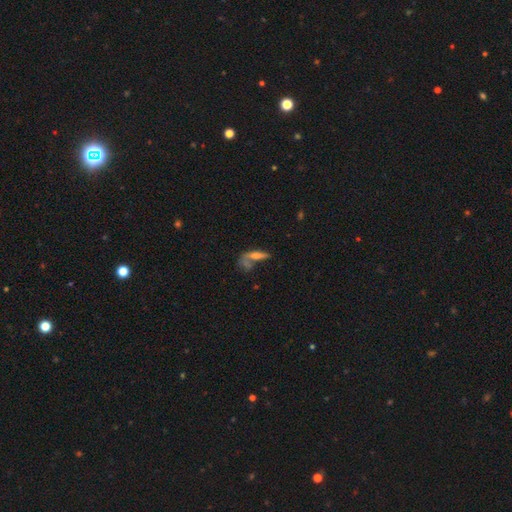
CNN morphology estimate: smooth-or-featured: smooth: 49% | featured or disk: 35% | star or artifact: 16%
  merging: merger: 32% (tied) | none: 32% (tied) | major disturbance: 22% | minor disturbance: 14%